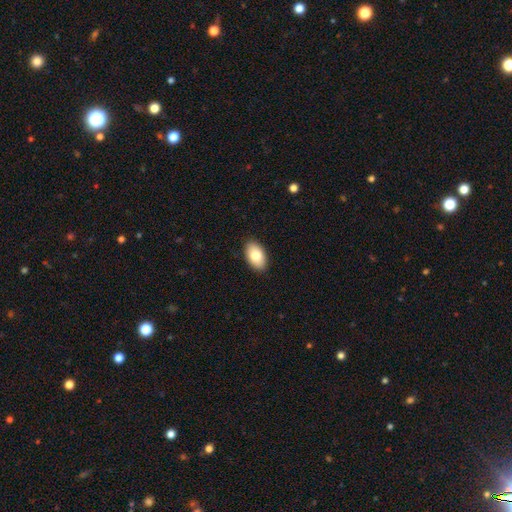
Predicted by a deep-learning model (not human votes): Smooth or featured?
  - smooth: 81% *
  - featured or disk: 12%
  - star or artifact: 7%
How rounded?
  - in between: 94% *
  - round: 5%
  - cigar-shaped: 1%
Merging?
  - none: 90% *
  - minor disturbance: 7%
  - major disturbance: 2%
  - merger: 1%